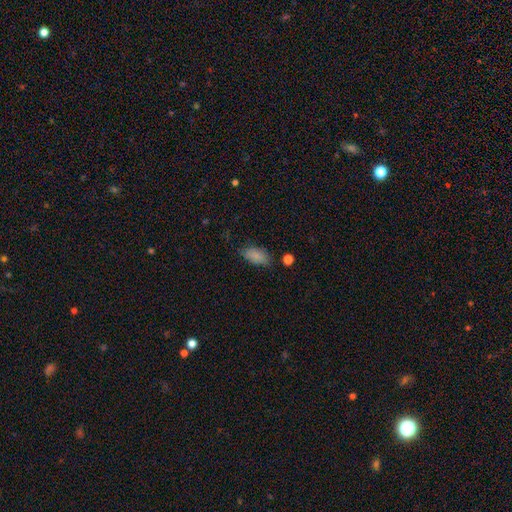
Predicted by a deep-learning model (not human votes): smooth_or_featured: smooth (p=0.84) [alt: star or artifact p=0.09]
how_rounded: in between (p=0.90) [alt: cigar-shaped p=0.06]
merging: none (p=0.72) [alt: minor disturbance p=0.21]